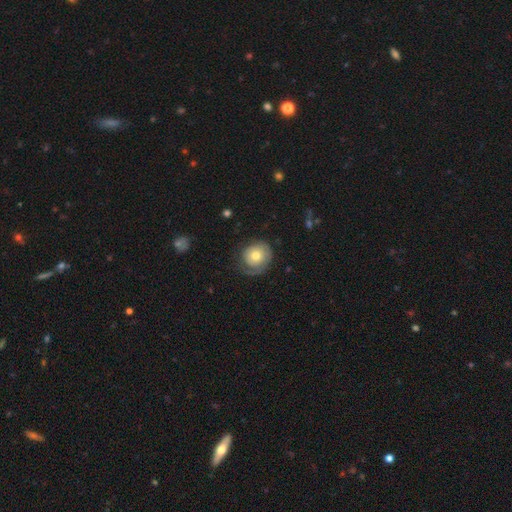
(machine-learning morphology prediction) smooth 54%, featured or disk 39%, star or artifact 7%. Down the decision tree: how rounded — round (84%); merging — none (58%).